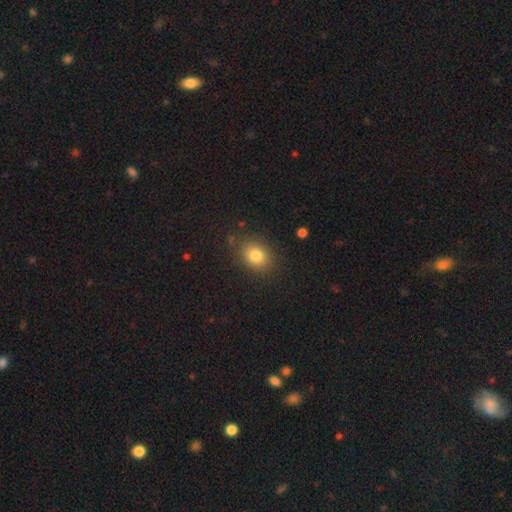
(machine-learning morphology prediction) The model was most divided on "how rounded": in between: 52%, round: 47%, cigar-shaped: 1%. More confident: merging — none (83%); smooth or featured — smooth (81%).